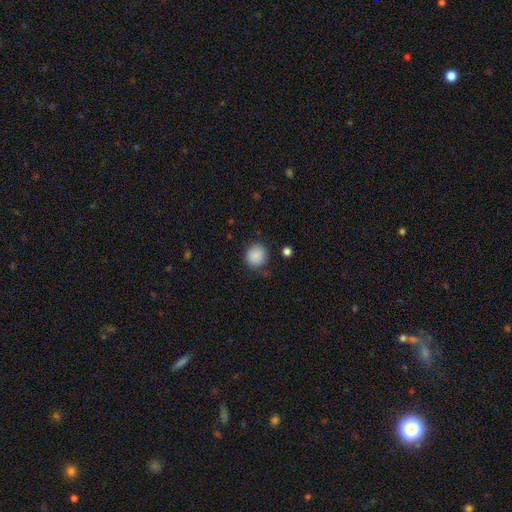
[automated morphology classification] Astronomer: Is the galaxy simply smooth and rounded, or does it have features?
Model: smooth — 88%.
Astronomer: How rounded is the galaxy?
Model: round — 87%.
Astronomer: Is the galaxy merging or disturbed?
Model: none — 83%.